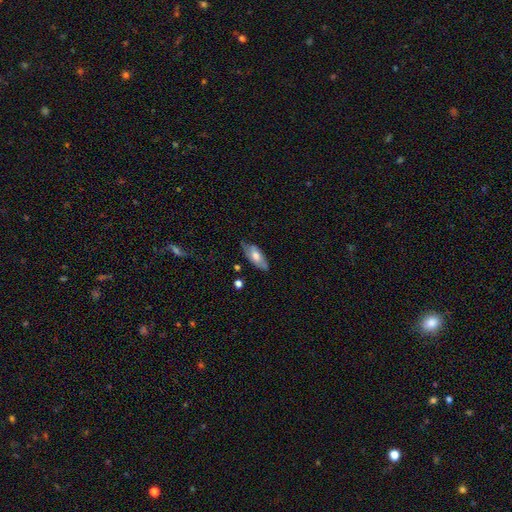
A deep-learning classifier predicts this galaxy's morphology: Overall: smooth (58%; featured or disk 36%). How rounded: in between (82%). Merging: none (67%).